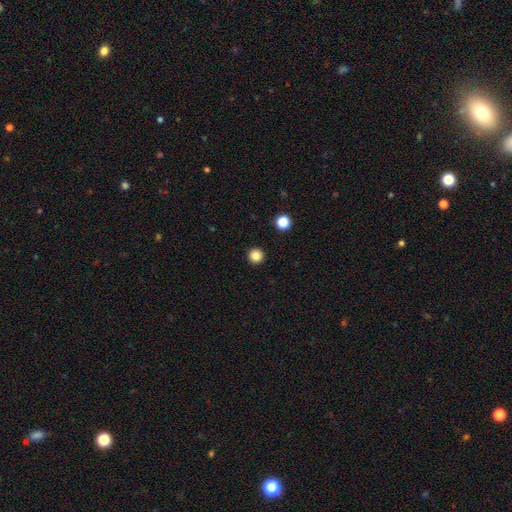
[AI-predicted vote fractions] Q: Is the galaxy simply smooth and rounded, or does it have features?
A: smooth — 85%.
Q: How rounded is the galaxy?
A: round — 96%.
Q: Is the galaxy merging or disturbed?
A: none — 94%.